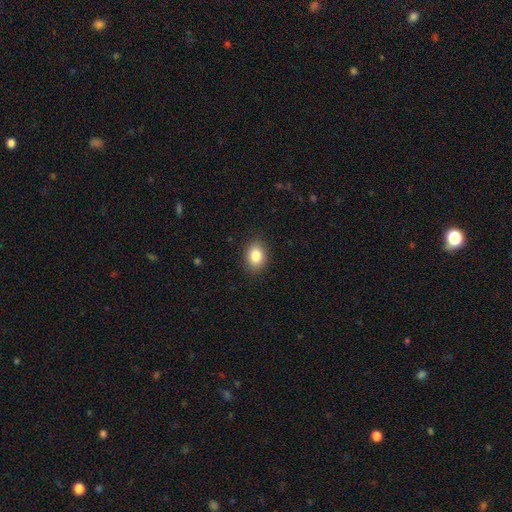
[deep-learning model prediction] This is clearly a smooth galaxy (85%). How rounded: likely in between (70%). Merging: clearly none (88%).